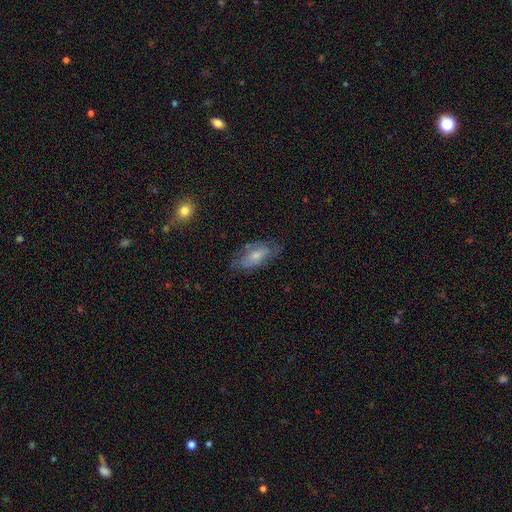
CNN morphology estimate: smooth_or_featured: smooth (p=0.57) [alt: featured or disk p=0.35]
how_rounded: in between (p=0.84) [alt: cigar-shaped p=0.13]
merging: none (p=0.64) [alt: minor disturbance p=0.25]